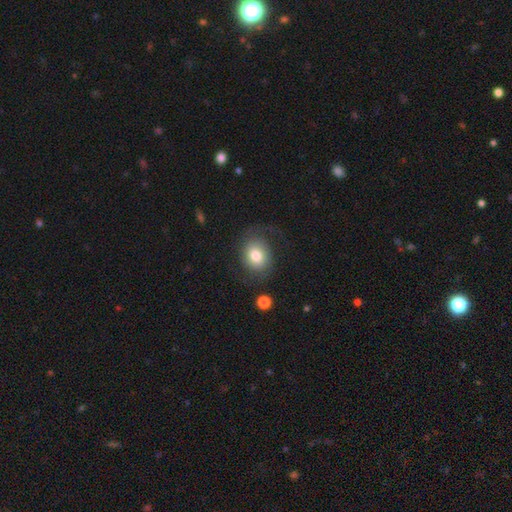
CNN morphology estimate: smooth_or_featured: smooth (p=0.69) [alt: featured or disk p=0.22]
how_rounded: round (p=0.56) [alt: in between p=0.43]
merging: none (p=0.59) [alt: major disturbance p=0.20]